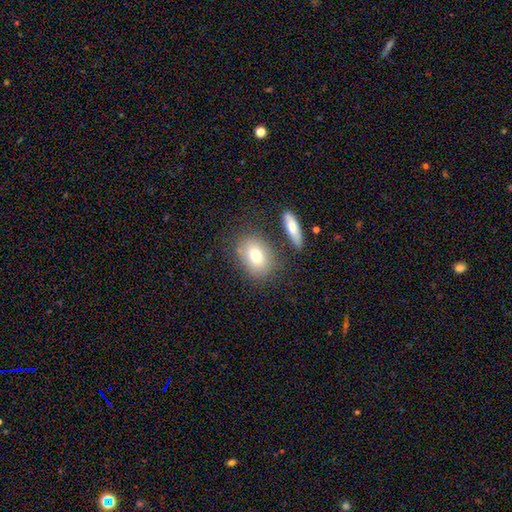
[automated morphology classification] This appears to be a smooth galaxy with no disk features (75%) that is in between round and cigar-shaped (71%). Merging: none (73%).